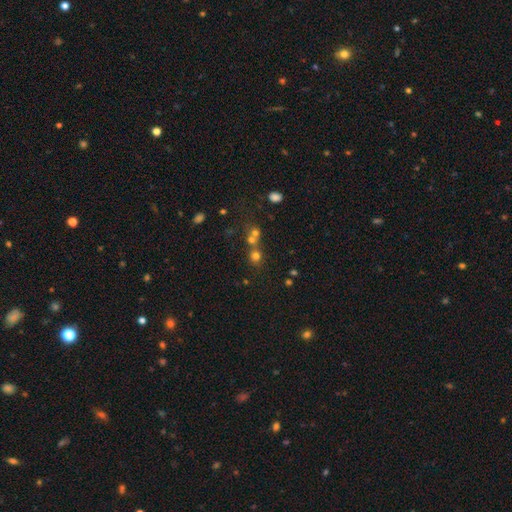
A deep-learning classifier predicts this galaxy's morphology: smooth_or_featured: smooth (p=0.64) [alt: star or artifact p=0.24]
how_rounded: round (p=0.86) [alt: in between p=0.12]
merging: none (p=0.48) [alt: merger p=0.42]